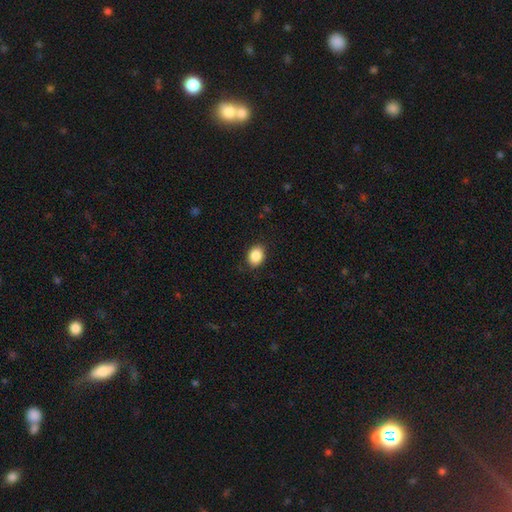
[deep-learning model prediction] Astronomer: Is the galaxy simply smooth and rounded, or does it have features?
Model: smooth — 88%.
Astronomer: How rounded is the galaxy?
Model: in between — 64%.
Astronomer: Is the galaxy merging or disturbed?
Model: none — 88%.